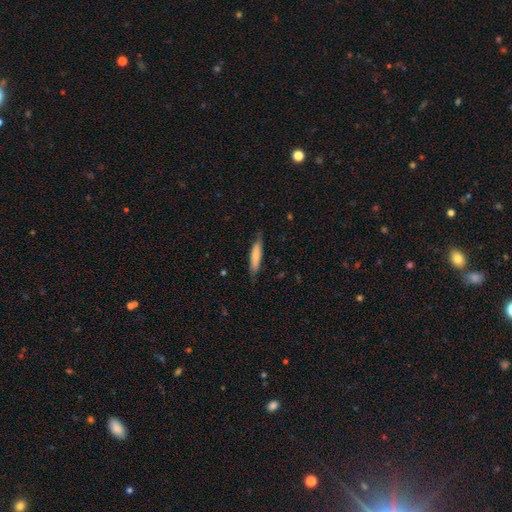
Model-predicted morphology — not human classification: This appears to be a smooth galaxy with no disk features (75%) that is cigar-shaped (83%). Merging: none (80%).